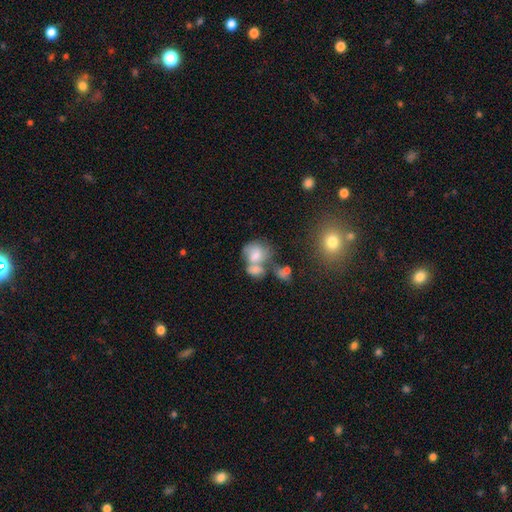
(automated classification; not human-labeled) The model was most divided on "how rounded": round: 51%, in between: 48%, cigar-shaped: 1%. More confident: smooth or featured — smooth (60%); merging — merger (57%).